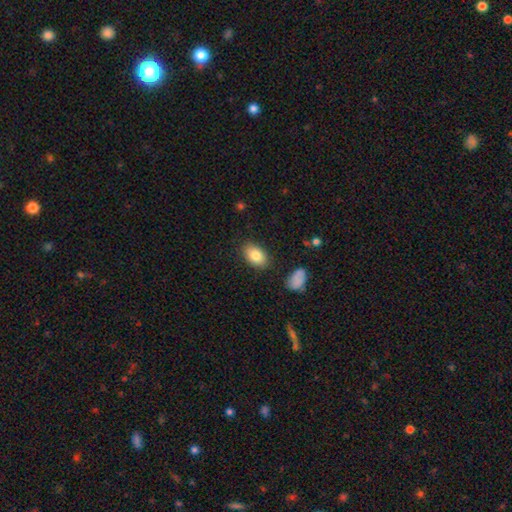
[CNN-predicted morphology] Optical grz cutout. It shows a smooth galaxy with no disk features (82%) that is in between round and cigar-shaped (89%). Merging: none (84%).